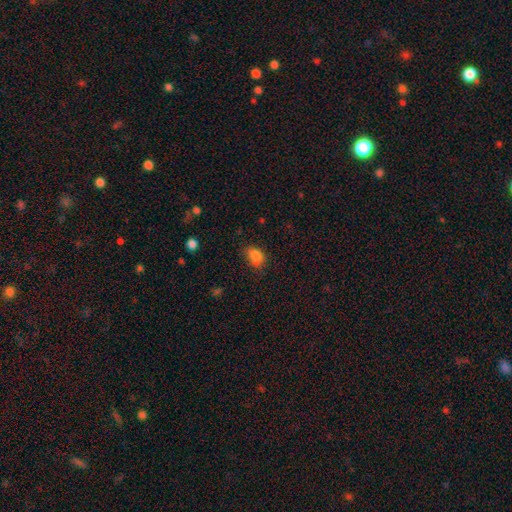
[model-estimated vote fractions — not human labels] Q: Smooth or featured?
A: smooth (83%); runner-up: star or artifact (10%)
Q: How rounded?
A: in between (75%); runner-up: round (24%)
Q: Merging?
A: none (64%); runner-up: minor disturbance (26%)